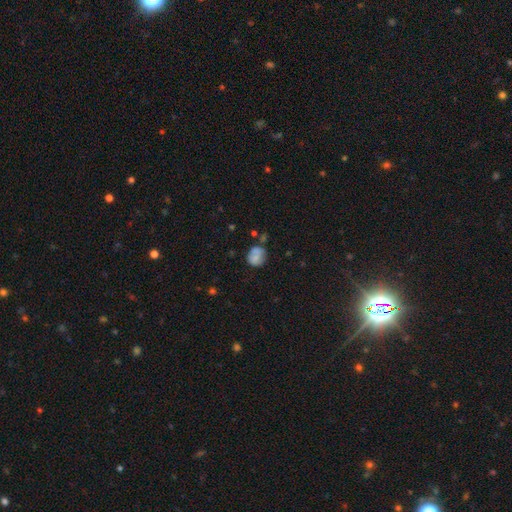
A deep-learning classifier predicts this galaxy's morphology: The model was most divided on "merging": none: 53%, minor disturbance: 24%, merger: 14%, major disturbance: 9%. More confident: how rounded — round (71%); smooth or featured — smooth (69%).